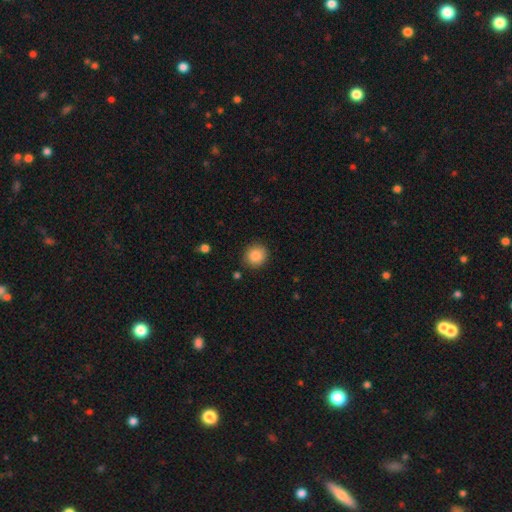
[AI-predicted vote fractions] Smooth or featured?
  - smooth: 87% *
  - star or artifact: 9%
  - featured or disk: 4%
How rounded?
  - round: 89% *
  - in between: 11%
  - cigar-shaped: 1%
Merging?
  - none: 89% *
  - minor disturbance: 8%
  - major disturbance: 2%
  - merger: 2%